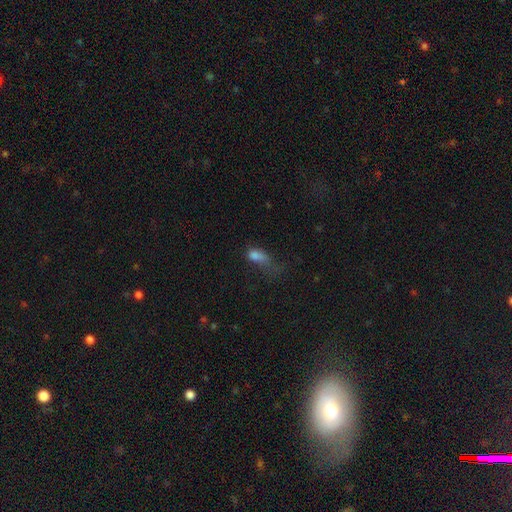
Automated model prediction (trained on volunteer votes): Overall: smooth (72%). How rounded: in between (77%). Merging: major disturbance (51%; minor disturbance 20%).